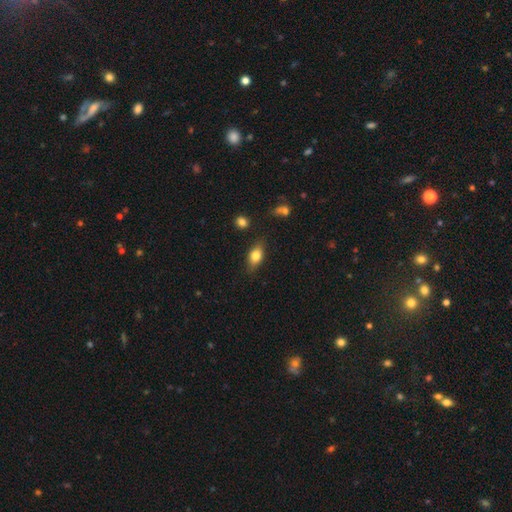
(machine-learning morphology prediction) The model was most divided on "smooth or featured": smooth: 77%, featured or disk: 14%, star or artifact: 8%. More confident: how rounded — in between (82%); merging — none (80%).